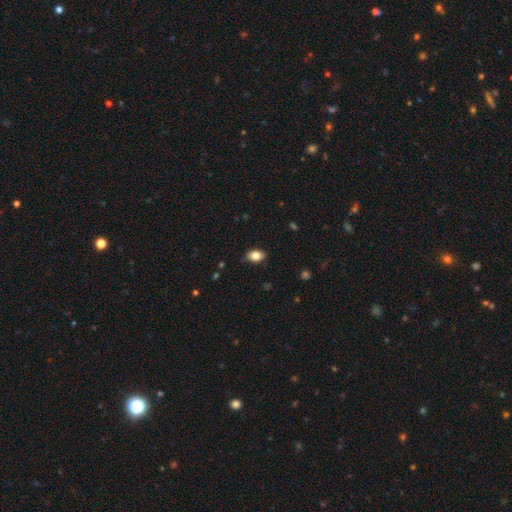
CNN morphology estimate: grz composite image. It shows a smooth galaxy with no disk features (85%) that is in between round and cigar-shaped (81%). Merging: none (86%).